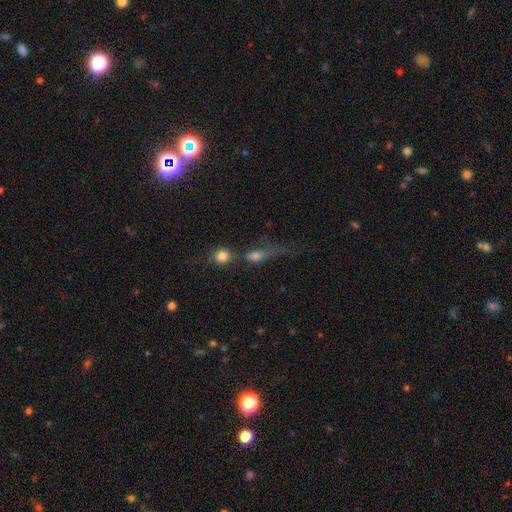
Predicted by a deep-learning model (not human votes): Smooth or featured?
  - smooth: 67% *
  - featured or disk: 19%
  - star or artifact: 14%
How rounded?
  - in between: 47% *
  - round: 36%
  - cigar-shaped: 17%
Merging?
  - merger: 34% *
  - none: 29%
  - major disturbance: 22%
  - minor disturbance: 15%